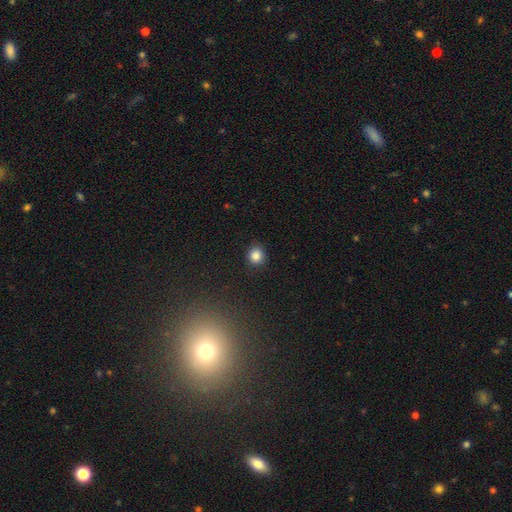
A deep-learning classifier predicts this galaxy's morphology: This is clearly a smooth galaxy (85%). How rounded: clearly round (88%). Merging: clearly none (89%).